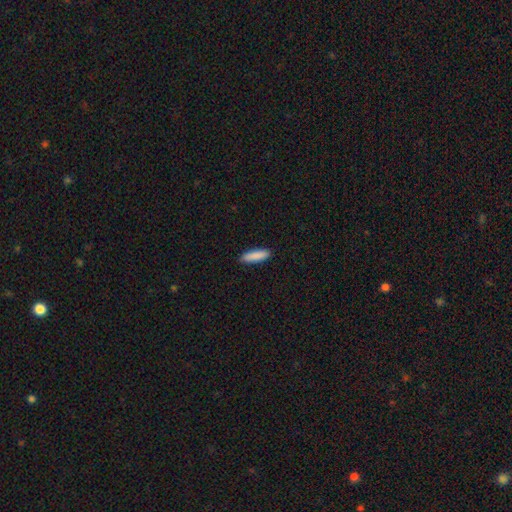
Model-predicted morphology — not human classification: Smooth or featured: smooth — 89% (star or artifact — 6%)
How rounded: cigar-shaped — 65% (in between — 34%)
Merging: none — 90% (minor disturbance — 7%)